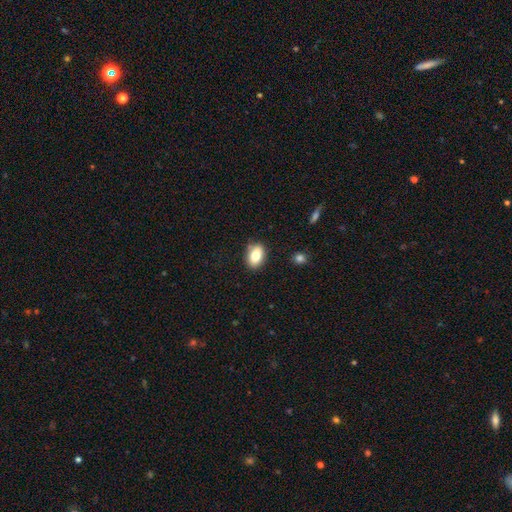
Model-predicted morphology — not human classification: A smooth galaxy with no disk features (80%) that is in between round and cigar-shaped (84%). Merging: none (82%).